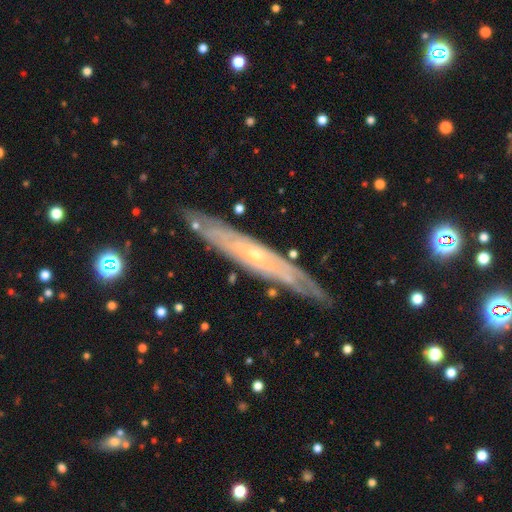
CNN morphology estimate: A featured or disk galaxy (79%) viewed edge-on (61%).

Vote fractions:
- Smooth or featured? featured or disk: 79% / smooth: 14% / star or artifact: 6%
- Edge-on disk? yes: 61% / no: 39%
- Merging? none: 82% / minor disturbance: 13% / major disturbance: 2% / merger: 2%